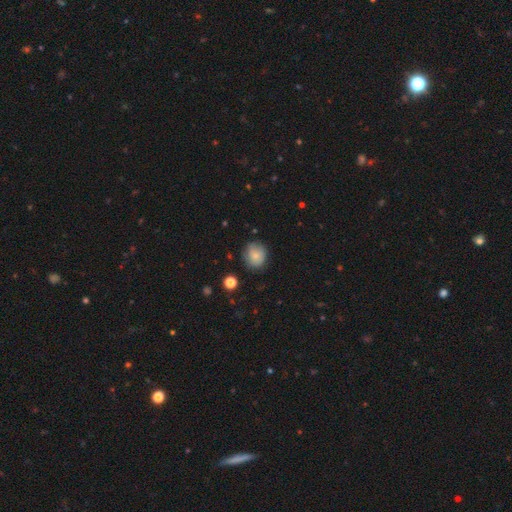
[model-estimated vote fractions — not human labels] Q: Smooth or featured?
A: smooth (75%); runner-up: featured or disk (16%)
Q: How rounded?
A: round (71%); runner-up: in between (28%)
Q: Merging?
A: none (72%); runner-up: minor disturbance (21%)